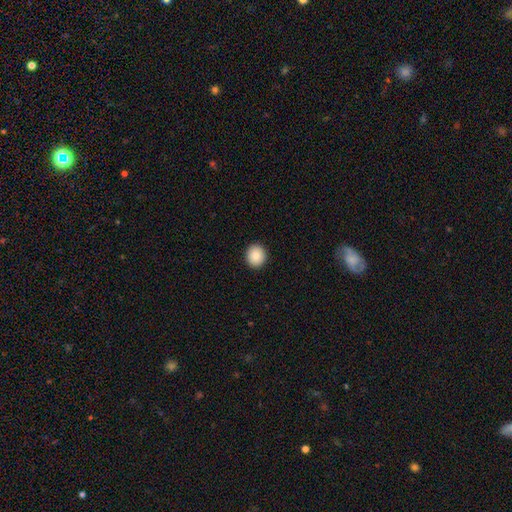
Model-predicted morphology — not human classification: A smooth galaxy with no disk features (89%) that is round (81%).

Vote fractions:
- Smooth or featured? smooth: 89% / star or artifact: 8% / featured or disk: 3%
- How rounded? round: 81% / in between: 19% / cigar-shaped: 1%
- Merging? none: 93% / minor disturbance: 5% / major disturbance: 2% / merger: 1%